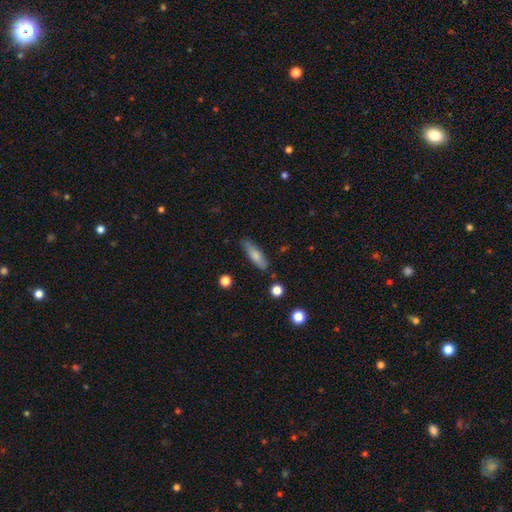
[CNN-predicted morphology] Smooth or featured? smooth (75%)
How rounded? cigar-shaped (61%)
Merging? none (82%)